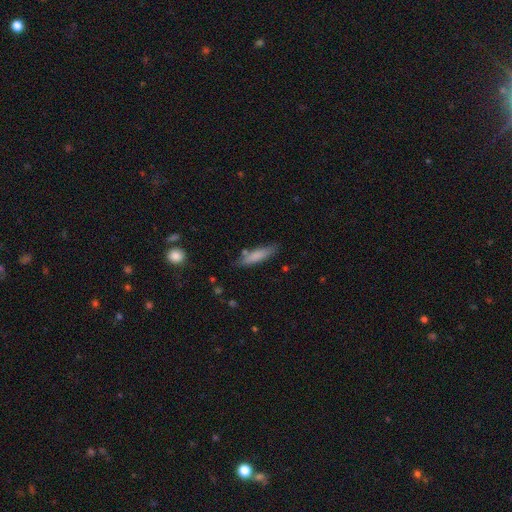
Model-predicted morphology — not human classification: Q: Smooth or featured?
A: smooth (78%); runner-up: featured or disk (15%)
Q: How rounded?
A: cigar-shaped (75%); runner-up: in between (24%)
Q: Merging?
A: none (77%); runner-up: minor disturbance (15%)